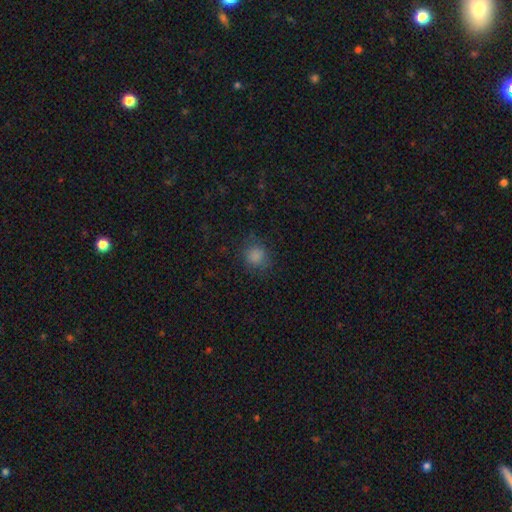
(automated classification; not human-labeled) smooth-or-featured: smooth: 82% | star or artifact: 12% | featured or disk: 5%
  how-rounded: round: 81% | in between: 18% | cigar-shaped: 1%
  merging: none: 76% | minor disturbance: 16% | major disturbance: 7% | merger: 1%